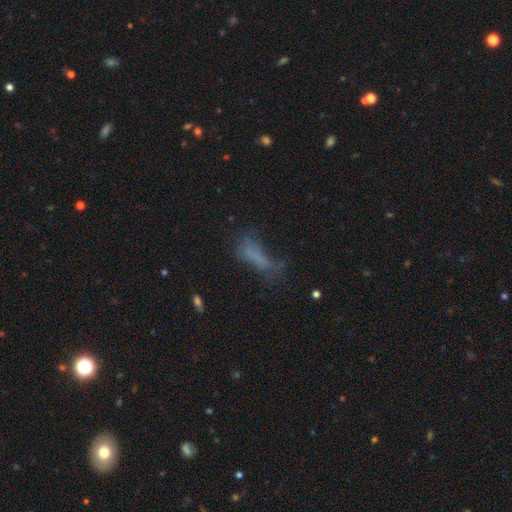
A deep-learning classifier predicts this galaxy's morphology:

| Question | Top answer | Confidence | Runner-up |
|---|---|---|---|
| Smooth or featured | smooth | 57% | featured or disk (23%) |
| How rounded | in between | 53% | cigar-shaped (43%) |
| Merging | major disturbance | 37% | none (34%) |